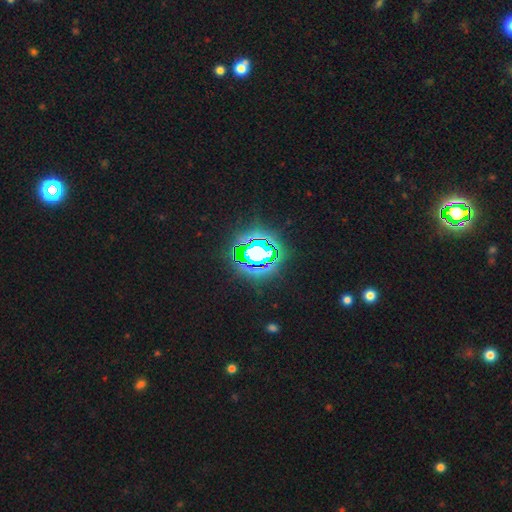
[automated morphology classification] Overall: star or artifact (75%).